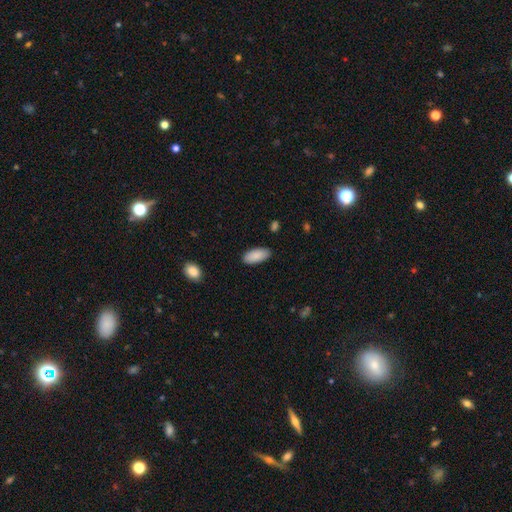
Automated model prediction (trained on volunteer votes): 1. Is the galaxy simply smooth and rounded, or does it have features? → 90% smooth, 6% star or artifact, 4% featured or disk.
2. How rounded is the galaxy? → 91% in between, 8% cigar-shaped, 2% round.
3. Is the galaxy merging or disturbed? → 87% none, 10% minor disturbance, 2% major disturbance, 1% merger.